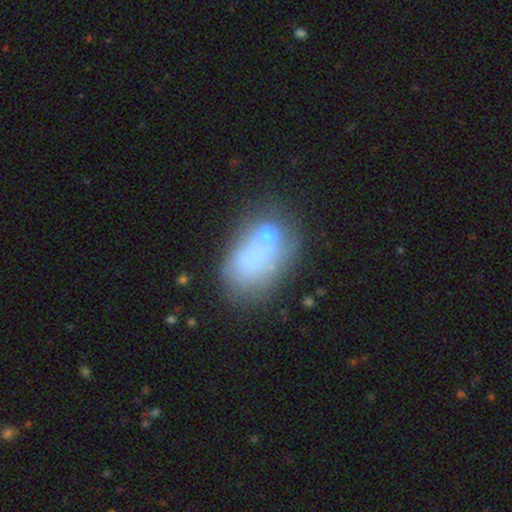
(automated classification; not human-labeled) Morphology: type=smooth (58%); roundness=in between (84%); merging=none (37%).